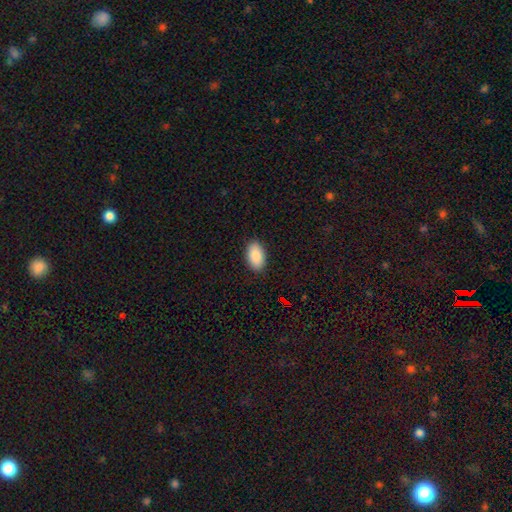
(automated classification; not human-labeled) Smooth or featured? smooth (89%)
How rounded? in between (94%)
Merging? none (89%)